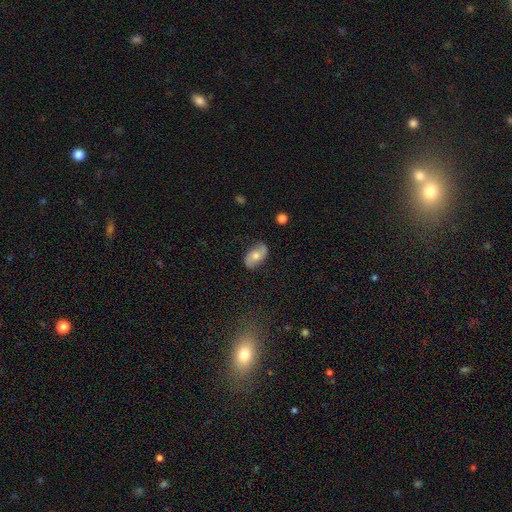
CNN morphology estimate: Q: Smooth or featured?
A: smooth (56%); runner-up: featured or disk (37%)
Q: How rounded?
A: in between (92%); runner-up: round (6%)
Q: Merging?
A: none (76%); runner-up: minor disturbance (18%)